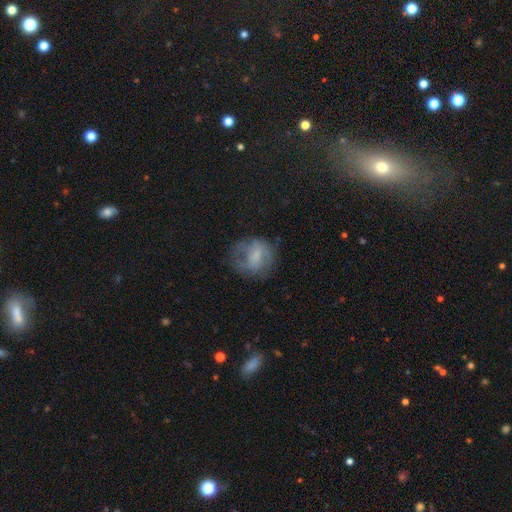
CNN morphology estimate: This is possibly a smooth galaxy (51%). How rounded: likely round (70%). Merging: possibly none (51%).